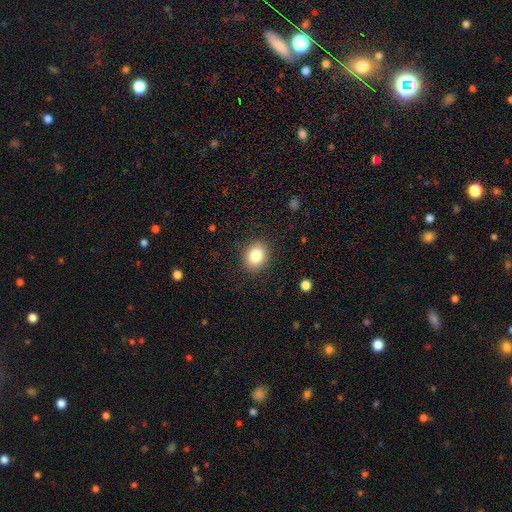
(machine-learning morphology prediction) smooth-or-featured: smooth: 83% | star or artifact: 10% | featured or disk: 7%
  how-rounded: round: 57% | in between: 43% | cigar-shaped: 1%
  merging: none: 89% | minor disturbance: 8% | major disturbance: 3% | merger: 1%